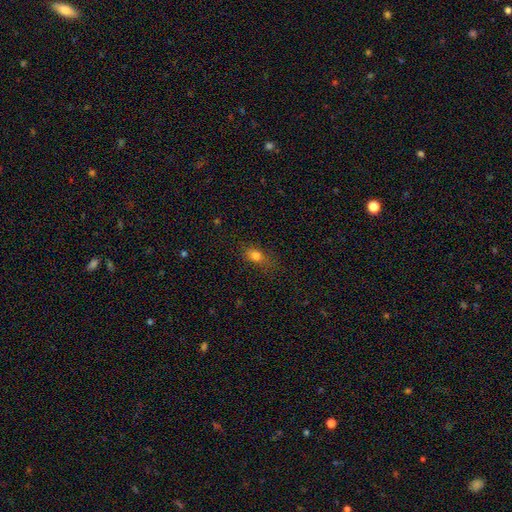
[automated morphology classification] type=smooth (78%); roundness=in between (69%); merging=none (72%).